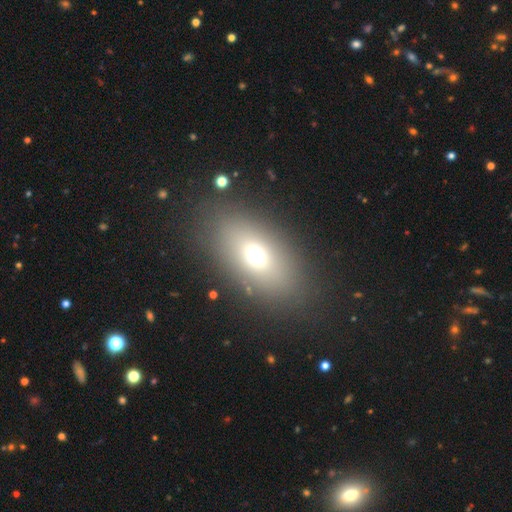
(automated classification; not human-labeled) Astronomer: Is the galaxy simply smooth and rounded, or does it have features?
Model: smooth — 67%.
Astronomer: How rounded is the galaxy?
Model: in between — 83%.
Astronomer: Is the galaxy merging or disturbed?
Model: none — 83%.